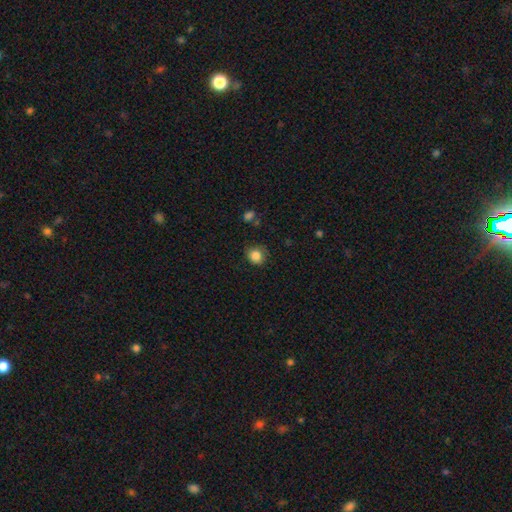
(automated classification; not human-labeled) A smooth galaxy with no disk features (85%) that is round (80%).

Vote fractions:
- Smooth or featured? smooth: 85% / star or artifact: 10% / featured or disk: 4%
- How rounded? round: 80% / in between: 20% / cigar-shaped: 1%
- Merging? none: 80% / minor disturbance: 15% / major disturbance: 3% / merger: 2%